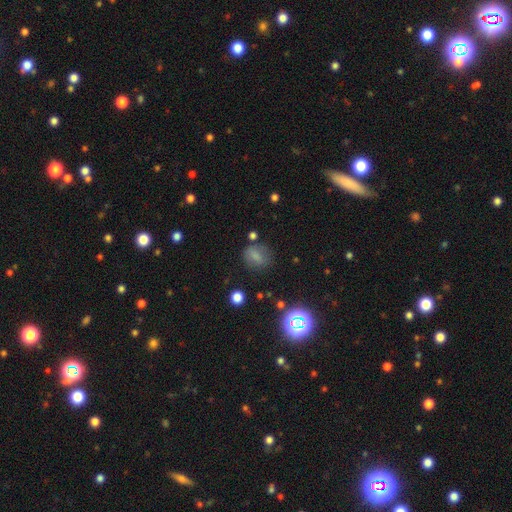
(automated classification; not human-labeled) A smooth galaxy with no disk features (71%) that is in between round and cigar-shaped (53%). Merging: none (66%).